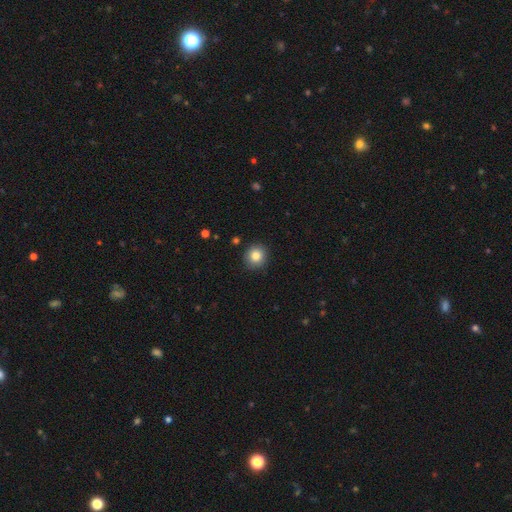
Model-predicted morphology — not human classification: Q: Smooth or featured?
A: smooth (84%); runner-up: star or artifact (10%)
Q: How rounded?
A: round (90%); runner-up: in between (9%)
Q: Merging?
A: none (90%); runner-up: minor disturbance (7%)